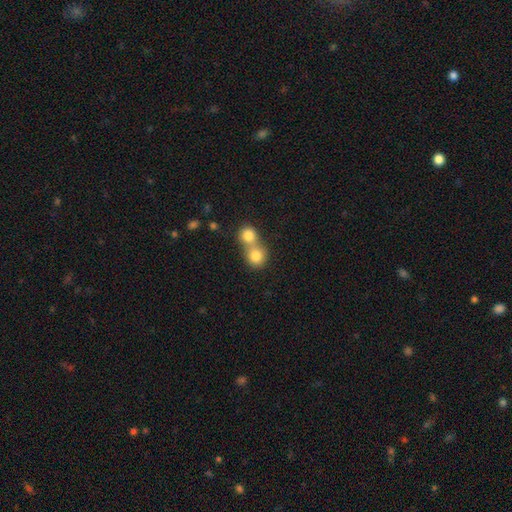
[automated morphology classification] smooth_or_featured: smooth (p=0.80) [alt: star or artifact p=0.10]
how_rounded: round (p=0.85) [alt: in between p=0.14]
merging: merger (p=0.60) [alt: none p=0.33]